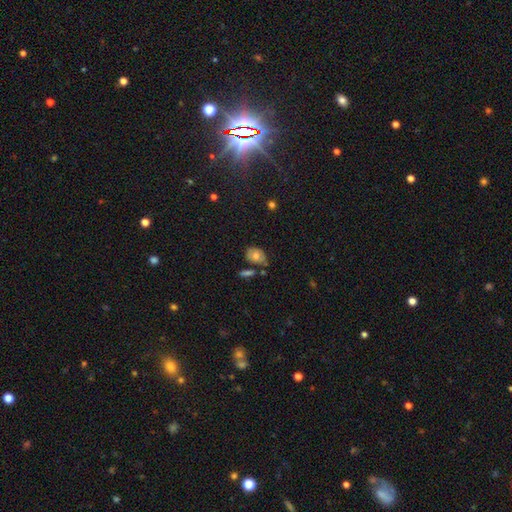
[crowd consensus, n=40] Smooth or featured? 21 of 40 (52%) said smooth. How rounded? 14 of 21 (67%) said in between. Merging? 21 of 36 (58%) said none.